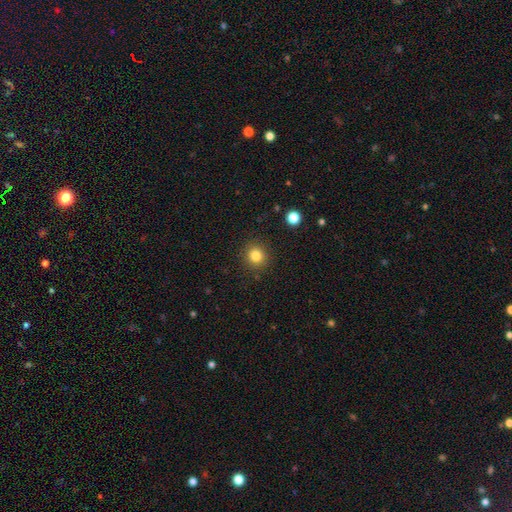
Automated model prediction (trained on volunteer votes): Smooth or featured? smooth (82%)
How rounded? round (90%)
Merging? none (90%)